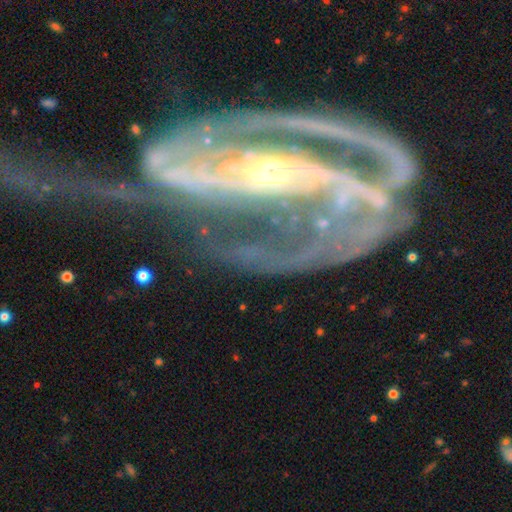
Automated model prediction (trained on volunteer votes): Smooth or featured? featured or disk (90%)
Edge-on disk? no (95%)
Bar? strong (38%)
Spiral arms? yes (95%)
Spiral winding? medium (44%)
Spiral arm count? 2 (57%)
Bulge size? small (60%)
Merging? major disturbance (39%)